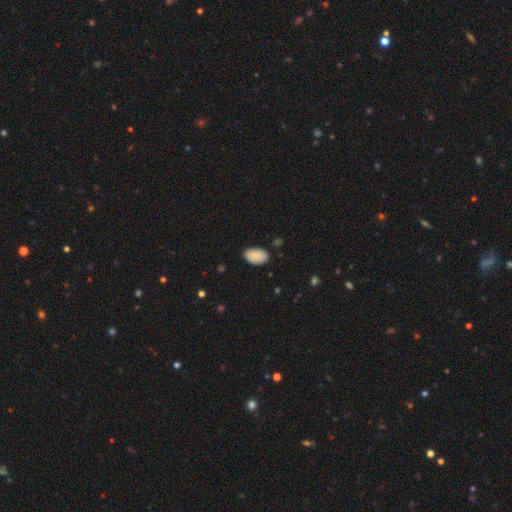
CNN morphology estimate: Smooth or featured? Predicted: smooth (p=0.82). How rounded? Predicted: in between (p=0.93). Merging? Predicted: none (p=0.81).